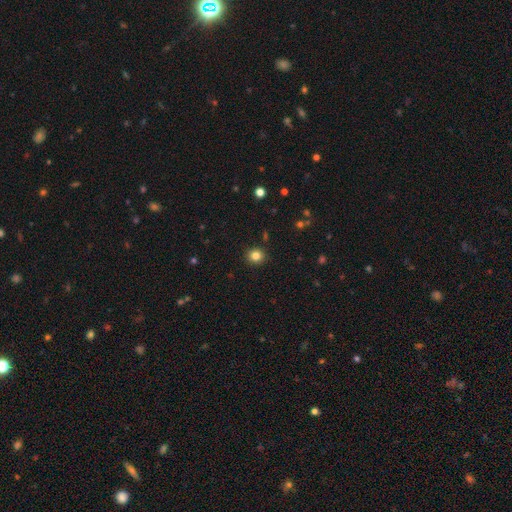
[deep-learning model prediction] This is clearly a smooth galaxy (83%). How rounded: clearly round (86%). Merging: clearly none (91%).